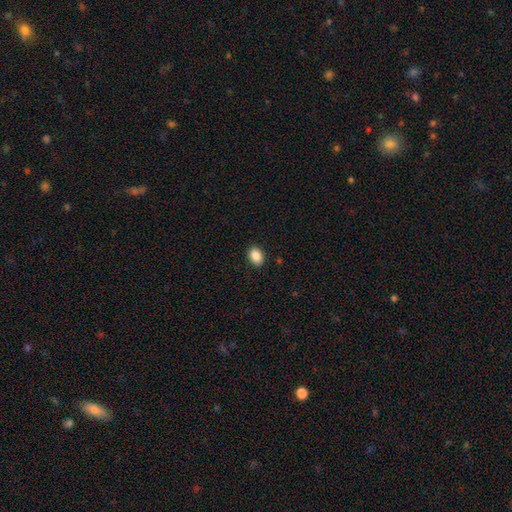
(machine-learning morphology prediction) smooth 89%, star or artifact 8%, featured or disk 3%. Down the decision tree: how rounded — in between (77%); merging — none (90%).